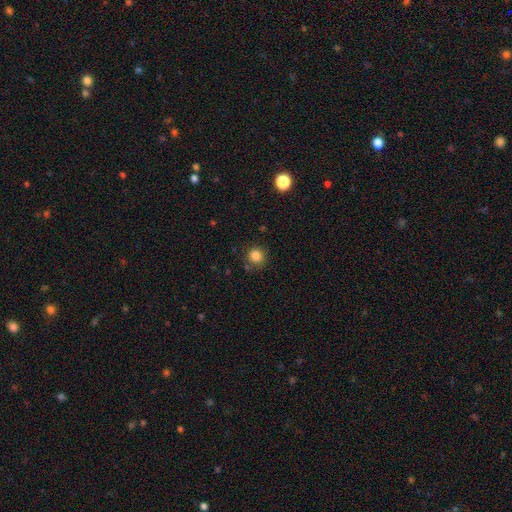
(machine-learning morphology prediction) The model was most divided on "merging": none: 83%, minor disturbance: 11%, major disturbance: 3%, merger: 3%. More confident: how rounded — round (90%); smooth or featured — smooth (84%).